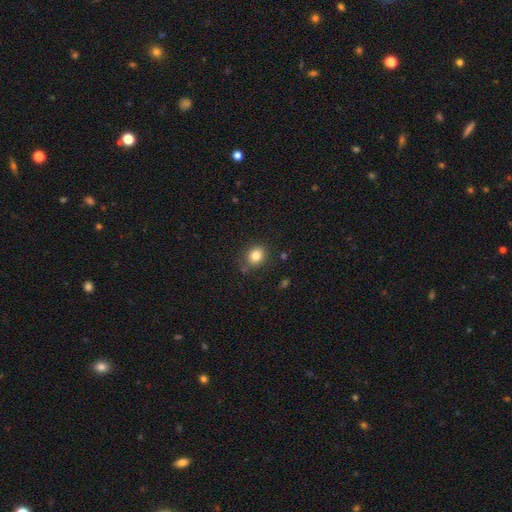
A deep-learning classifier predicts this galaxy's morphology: A smooth galaxy with no disk features (81%) that is round (68%). Merging: none (81%).